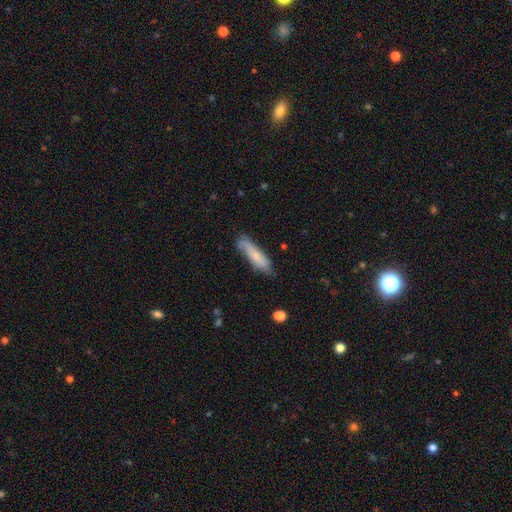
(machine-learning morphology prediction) Smooth or featured? smooth (63%)
How rounded? cigar-shaped (68%)
Merging? none (65%)